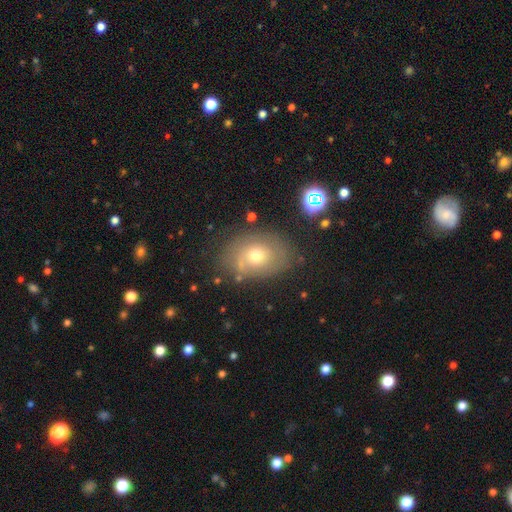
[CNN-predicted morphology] smooth-or-featured: smooth: 49% | featured or disk: 39% | star or artifact: 12%
  merging: none: 70% | minor disturbance: 19% | major disturbance: 8% | merger: 3%